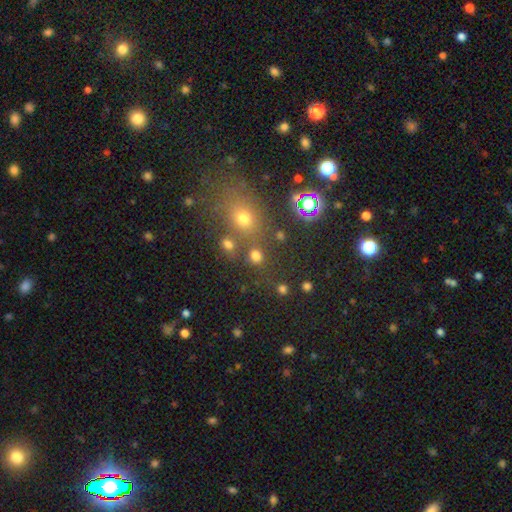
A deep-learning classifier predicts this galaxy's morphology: Smooth or featured? smooth (73%)
How rounded? round (83%)
Merging? none (72%)